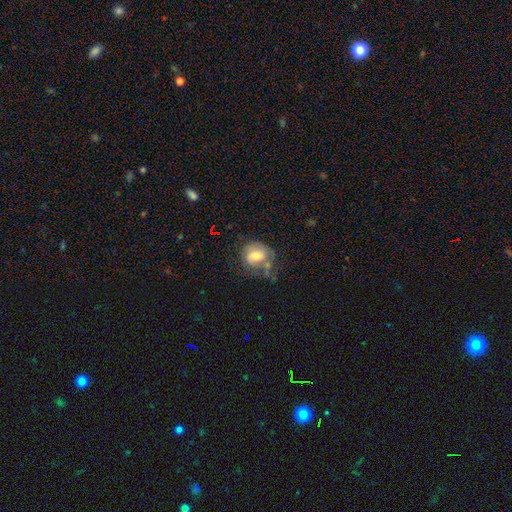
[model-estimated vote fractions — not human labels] This appears to be a smooth galaxy with no disk features (56%) that is round (54%). Merging: none (40%).